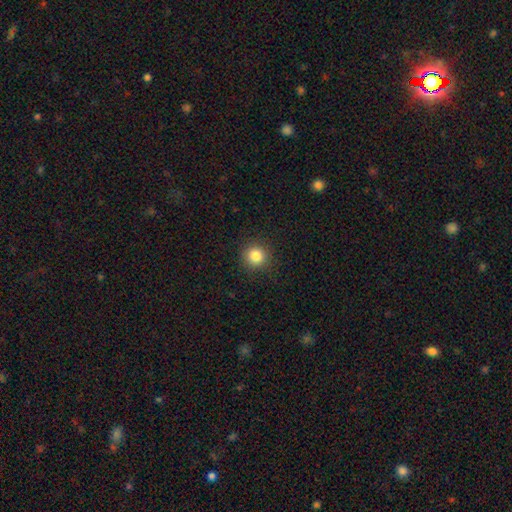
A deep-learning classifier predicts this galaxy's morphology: Smooth or featured?
  - smooth: 84% *
  - star or artifact: 11%
  - featured or disk: 5%
How rounded?
  - round: 93% *
  - in between: 6%
  - cigar-shaped: 1%
Merging?
  - none: 91% *
  - minor disturbance: 6%
  - major disturbance: 2%
  - merger: 1%